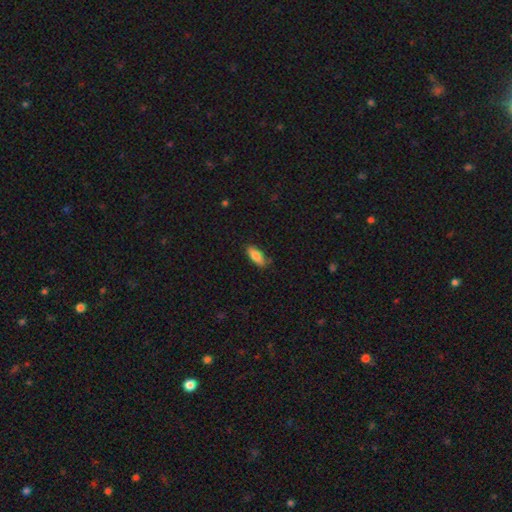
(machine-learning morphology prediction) Overall: smooth (83%). How rounded: in between (78%). Merging: none (77%).